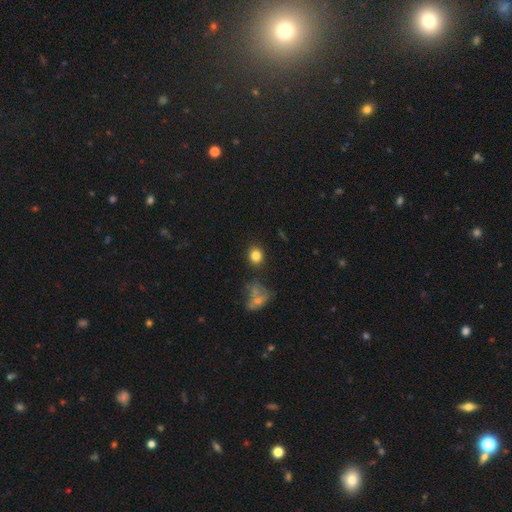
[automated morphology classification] Smooth or featured? smooth (82%)
How rounded? round (76%)
Merging? none (82%)